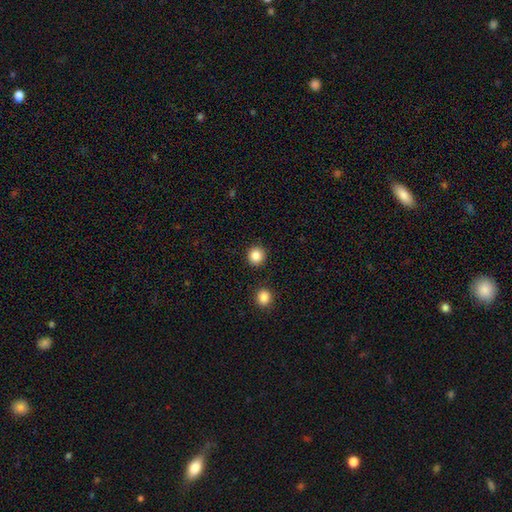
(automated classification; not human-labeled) A smooth galaxy with no disk features (86%) that is round (92%). Merging: none (90%).